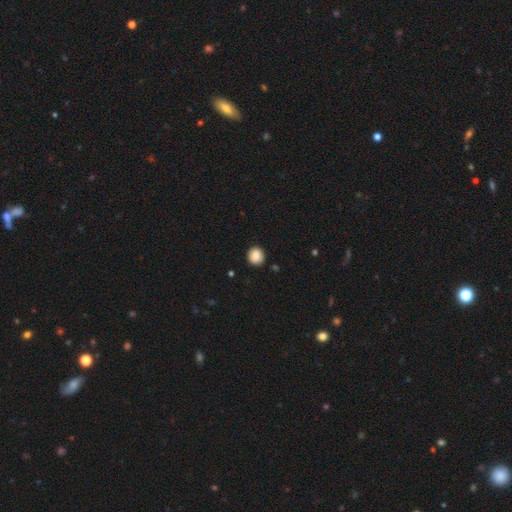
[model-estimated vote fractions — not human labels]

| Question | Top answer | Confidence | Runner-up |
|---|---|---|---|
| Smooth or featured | smooth | 86% | star or artifact (9%) |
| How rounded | round | 84% | in between (15%) |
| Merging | none | 90% | minor disturbance (7%) |